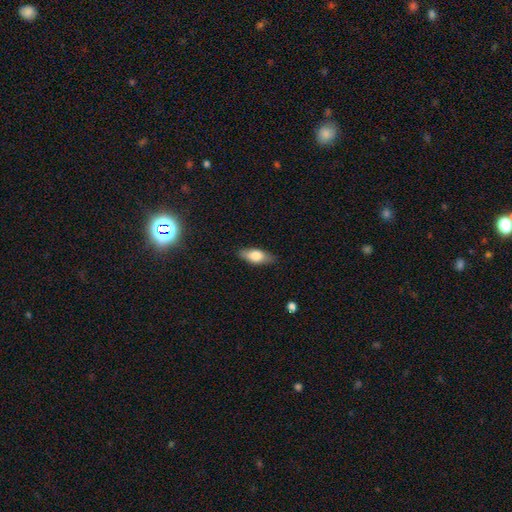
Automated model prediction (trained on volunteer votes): smooth-or-featured: smooth: 71% | featured or disk: 22% | star or artifact: 7%
  how-rounded: in between: 78% | cigar-shaped: 19% | round: 3%
  merging: none: 85% | minor disturbance: 12% | major disturbance: 2% | merger: 1%